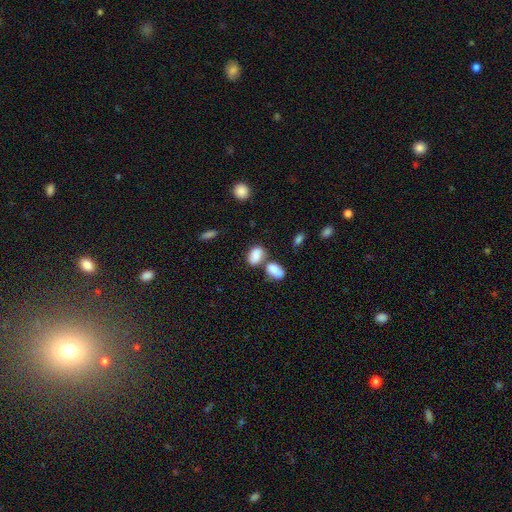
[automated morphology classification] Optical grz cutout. It shows a smooth galaxy with no disk features (79%) that is in between round and cigar-shaped (81%). Merging: none (41%).